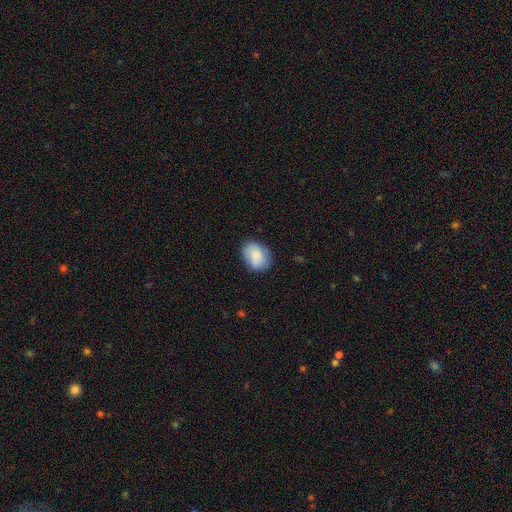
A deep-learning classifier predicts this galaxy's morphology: A smooth galaxy with no disk features (83%) that is in between round and cigar-shaped (67%).

Vote fractions:
- Smooth or featured? smooth: 83% / featured or disk: 10% / star or artifact: 7%
- How rounded? in between: 67% / round: 32% / cigar-shaped: 1%
- Merging? none: 75% / minor disturbance: 19% / major disturbance: 4% / merger: 1%